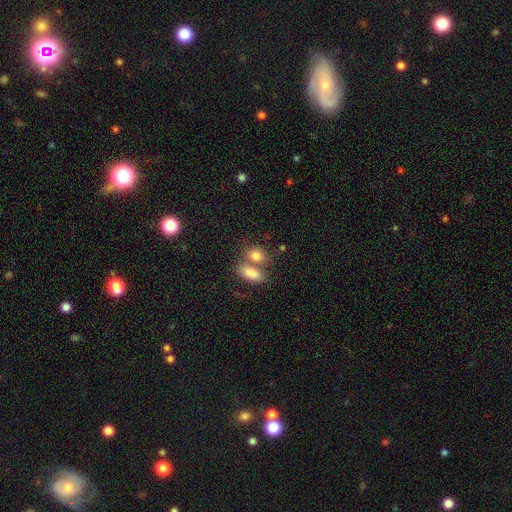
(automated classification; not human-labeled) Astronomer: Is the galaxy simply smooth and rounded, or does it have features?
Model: smooth — 84%.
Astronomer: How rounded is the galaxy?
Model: in between — 75%.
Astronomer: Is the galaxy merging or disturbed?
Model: merger — 45% (runner-up: none, 41%).